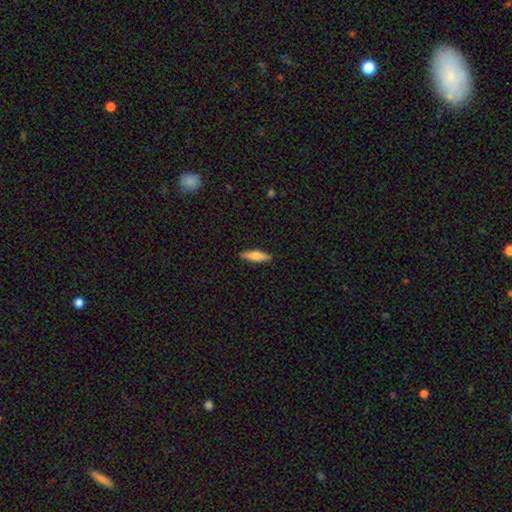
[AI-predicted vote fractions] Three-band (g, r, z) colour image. It shows a smooth galaxy with no disk features (73%) that is cigar-shaped (70%). Merging: none (90%).